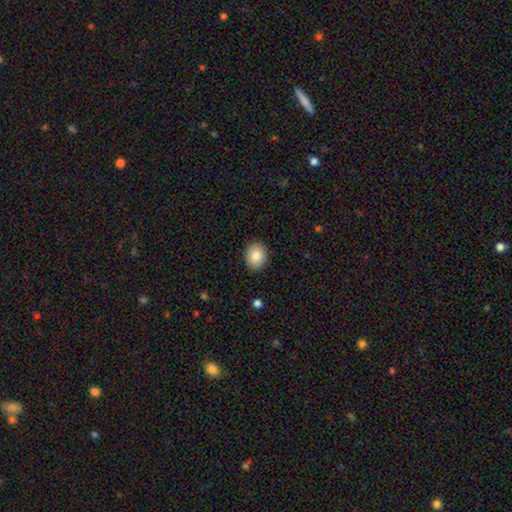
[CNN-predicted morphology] This is clearly a smooth galaxy (85%). How rounded: possibly round (59%). Merging: clearly none (89%).